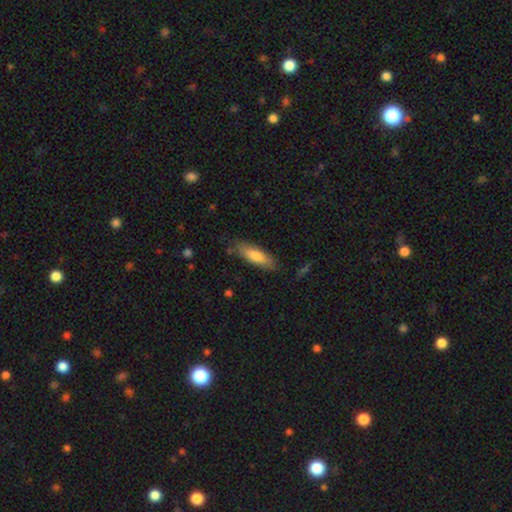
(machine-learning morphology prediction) A smooth galaxy with no disk features (74%) that is cigar-shaped (50%). Merging: none (78%).